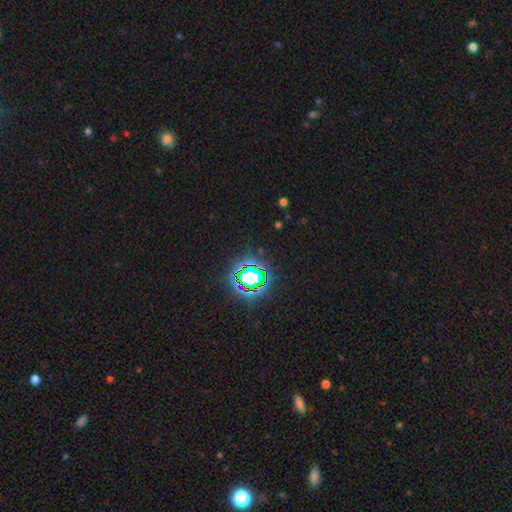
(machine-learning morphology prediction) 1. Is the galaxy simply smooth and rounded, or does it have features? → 82% star or artifact, 11% smooth, 6% featured or disk.